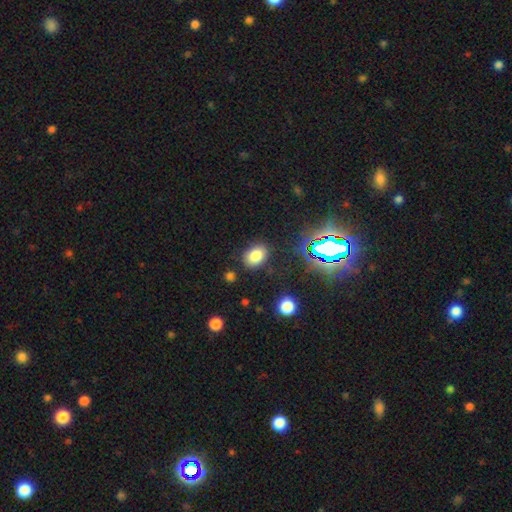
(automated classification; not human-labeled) Smooth or featured: smooth — 78% (star or artifact — 15%)
How rounded: in between — 71% (round — 28%)
Merging: none — 83% (minor disturbance — 11%)